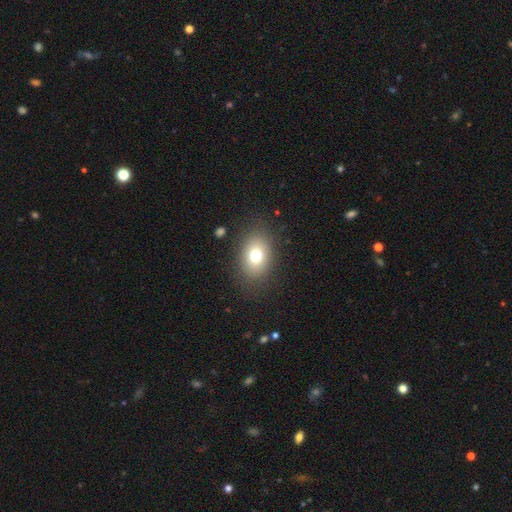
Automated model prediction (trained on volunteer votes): Overall: smooth (74%). How rounded: in between (76%). Merging: none (84%).